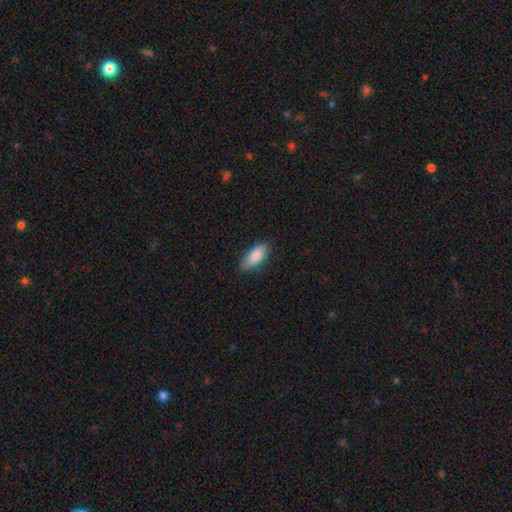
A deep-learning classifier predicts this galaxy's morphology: smooth-or-featured: smooth: 83% | featured or disk: 11% | star or artifact: 6%
  how-rounded: in between: 82% | cigar-shaped: 16% | round: 2%
  merging: none: 83% | minor disturbance: 14% | major disturbance: 2% | merger: 1%